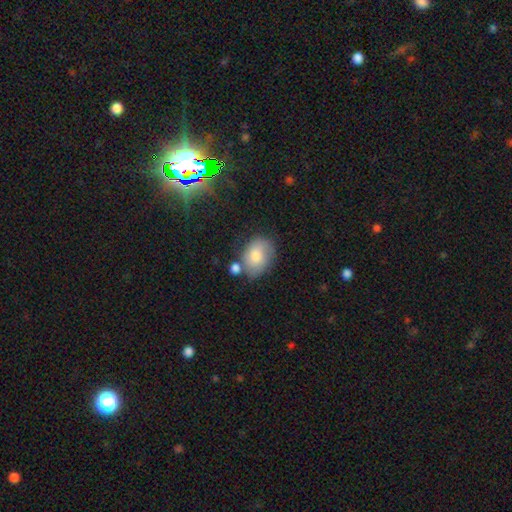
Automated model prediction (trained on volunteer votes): Smooth or featured? Predicted: smooth (p=0.73). How rounded? Predicted: in between (p=0.67). Merging? Predicted: none (p=0.61).